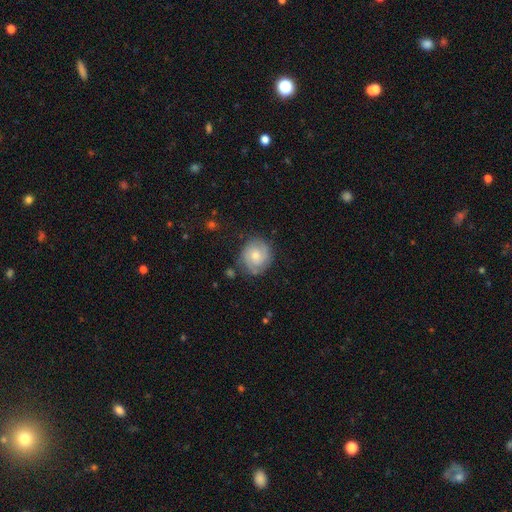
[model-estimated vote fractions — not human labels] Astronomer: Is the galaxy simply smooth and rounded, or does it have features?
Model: featured or disk — 55% (runner-up: smooth, 38%).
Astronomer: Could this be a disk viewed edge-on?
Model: no — 98%.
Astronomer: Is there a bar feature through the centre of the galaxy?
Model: no — 69%.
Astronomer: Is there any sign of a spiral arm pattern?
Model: yes — 86%.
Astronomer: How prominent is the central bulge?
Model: moderate — 57% (runner-up: small, 36%).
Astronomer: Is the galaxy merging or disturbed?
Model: none — 77%.